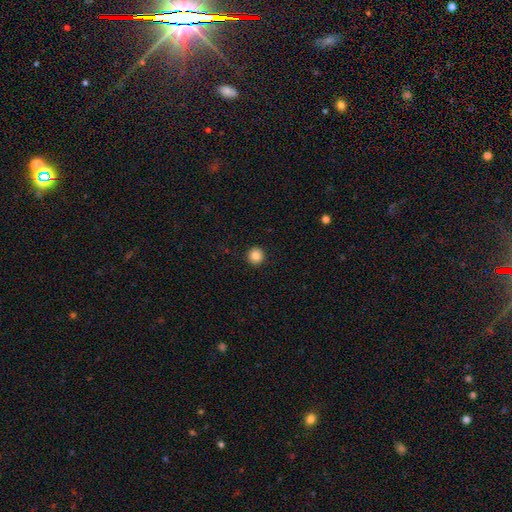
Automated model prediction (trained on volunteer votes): smooth_or_featured: smooth (p=0.85) [alt: star or artifact p=0.10]
how_rounded: round (p=0.93) [alt: in between p=0.06]
merging: none (p=0.93) [alt: minor disturbance p=0.05]